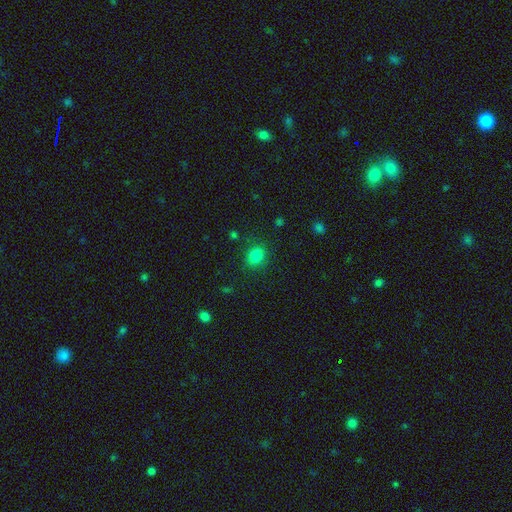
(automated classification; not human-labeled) Overall: smooth (83%). How rounded: round (52%; in between 47%). Merging: none (84%).